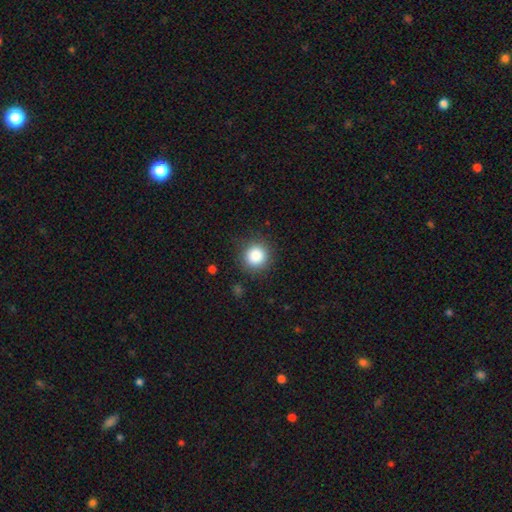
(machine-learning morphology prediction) smooth-or-featured: smooth: 86% | star or artifact: 10% | featured or disk: 4%
  how-rounded: round: 93% | in between: 6% | cigar-shaped: 1%
  merging: none: 87% | minor disturbance: 8% | major disturbance: 3% | merger: 1%